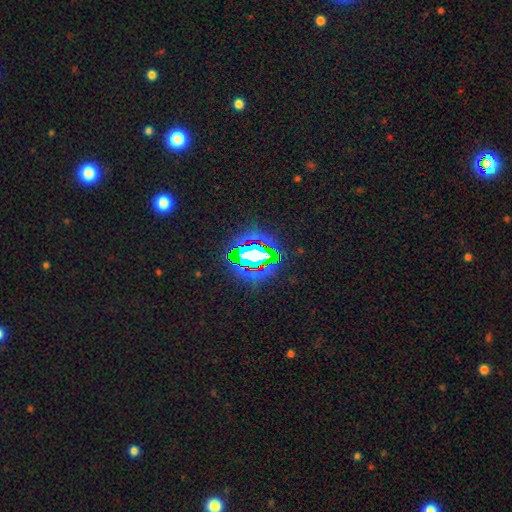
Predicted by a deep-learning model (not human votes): star or artifact 75%, smooth 14%, featured or disk 11%.